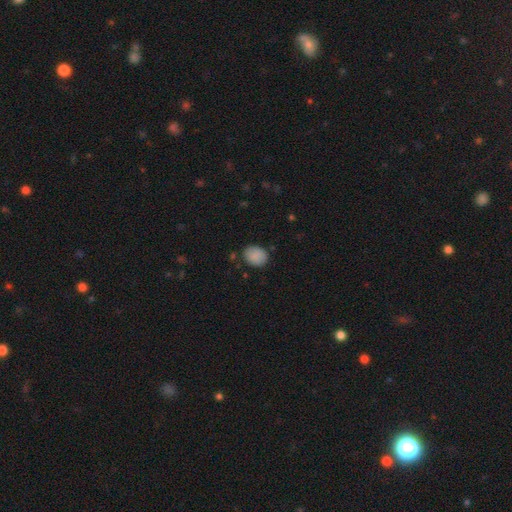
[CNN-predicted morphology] This is clearly a smooth galaxy (87%). How rounded: possibly round (50%). Merging: likely none (80%).